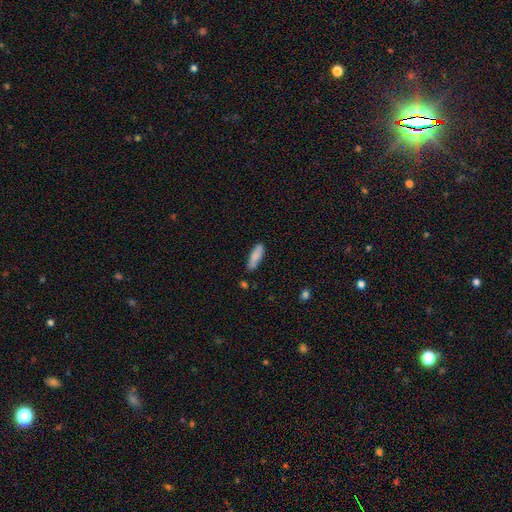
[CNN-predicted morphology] Smooth or featured? Predicted: smooth (p=0.83). How rounded? Predicted: cigar-shaped (p=0.50). Merging? Predicted: none (p=0.77).